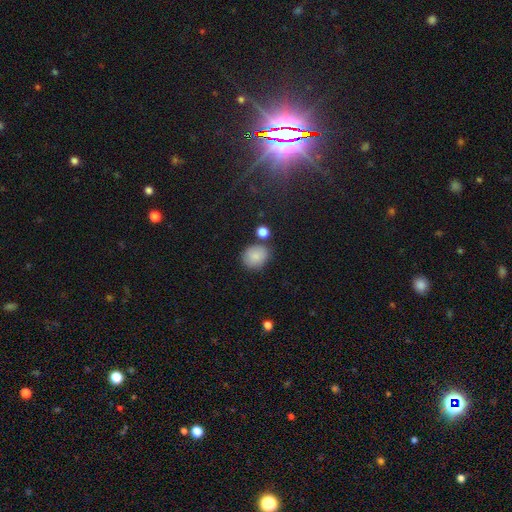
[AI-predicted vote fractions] Smooth or featured? Predicted: smooth (p=0.85). How rounded? Predicted: round (p=0.62). Merging? Predicted: none (p=0.72).